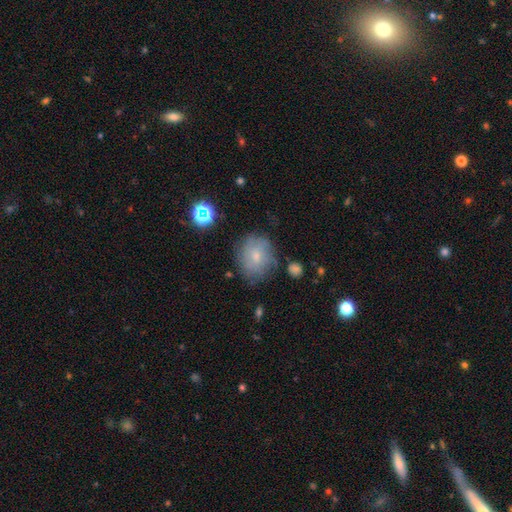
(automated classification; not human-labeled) smooth-or-featured: smooth: 64% | featured or disk: 24% | star or artifact: 12%
  how-rounded: round: 65% | in between: 34% | cigar-shaped: 1%
  merging: none: 69% | minor disturbance: 21% | major disturbance: 7% | merger: 3%